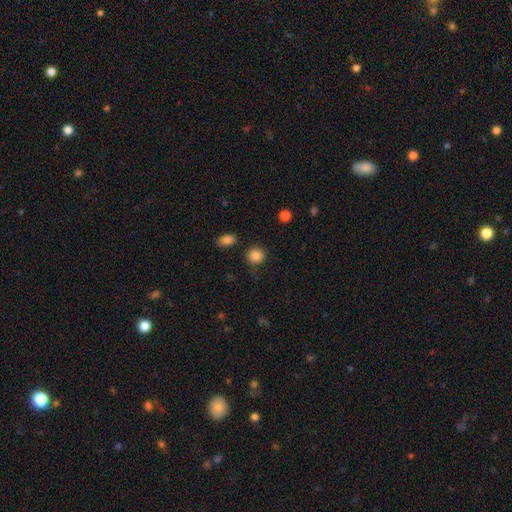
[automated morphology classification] smooth-or-featured: smooth: 86% | star or artifact: 10% | featured or disk: 4%
  how-rounded: round: 89% | in between: 10% | cigar-shaped: 1%
  merging: none: 86% | minor disturbance: 8% | major disturbance: 3% | merger: 3%